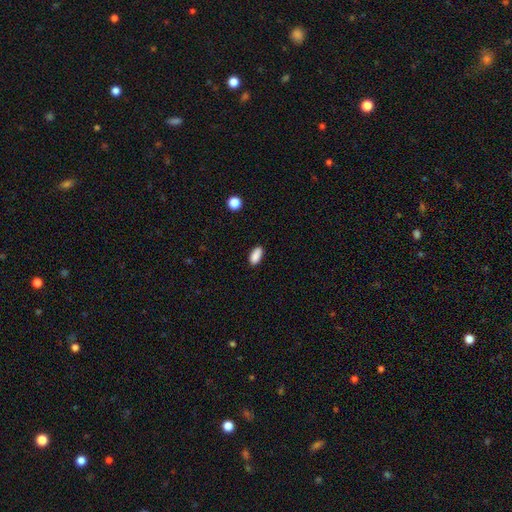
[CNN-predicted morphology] type=smooth (88%); roundness=in between (87%); merging=none (81%).